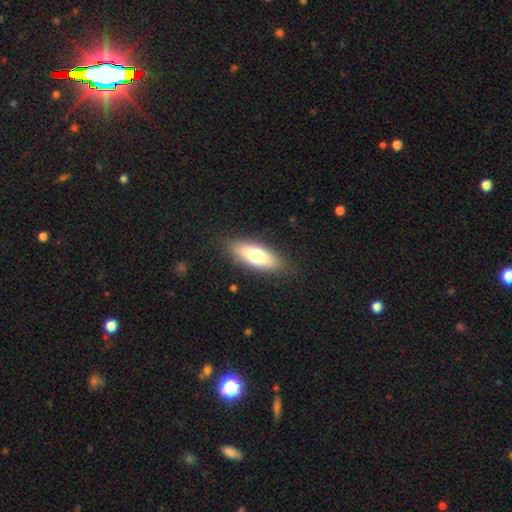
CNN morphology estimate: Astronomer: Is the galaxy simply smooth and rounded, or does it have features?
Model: smooth — 71%.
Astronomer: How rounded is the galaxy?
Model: in between — 65%.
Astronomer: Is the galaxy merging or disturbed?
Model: none — 86%.